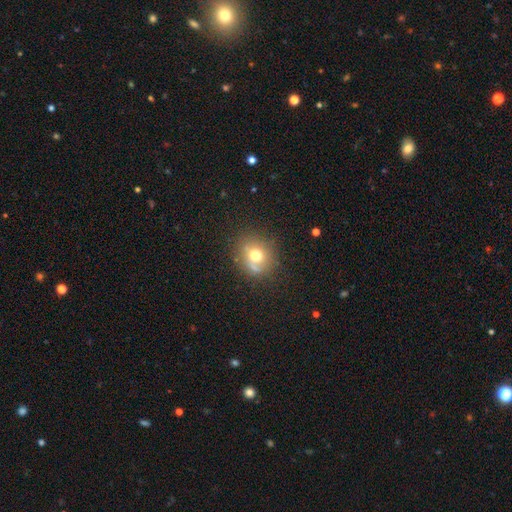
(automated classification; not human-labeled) smooth_or_featured: smooth (p=0.65) [alt: featured or disk p=0.22]
how_rounded: round (p=0.81) [alt: in between p=0.18]
merging: none (p=0.68) [alt: minor disturbance p=0.20]